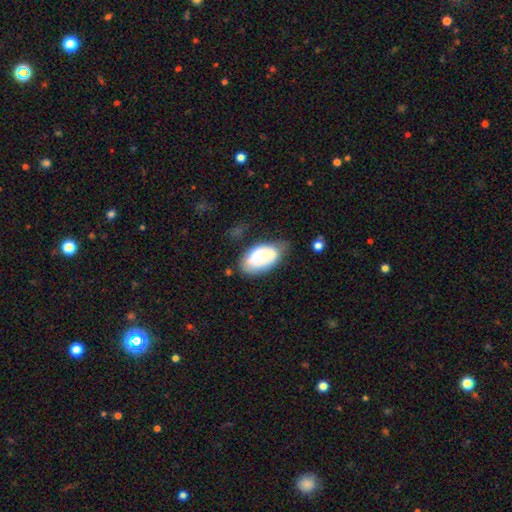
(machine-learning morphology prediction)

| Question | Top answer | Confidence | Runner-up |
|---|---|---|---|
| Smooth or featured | smooth | 60% | featured or disk (33%) |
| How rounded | in between | 93% | round (5%) |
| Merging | none | 47% | minor disturbance (33%) |